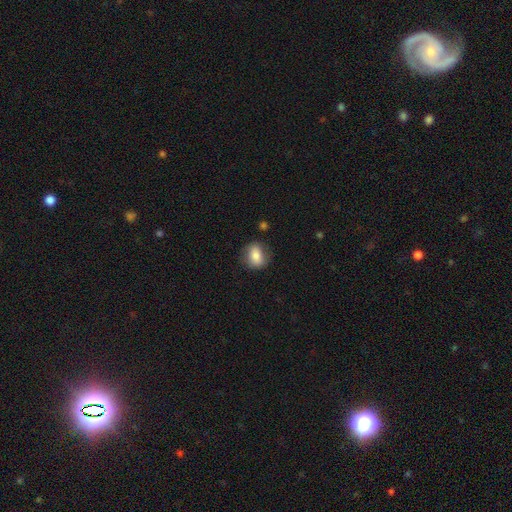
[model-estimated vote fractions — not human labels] Smooth or featured: smooth — 78% (featured or disk — 14%)
How rounded: in between — 55% (round — 43%)
Merging: none — 75% (minor disturbance — 18%)